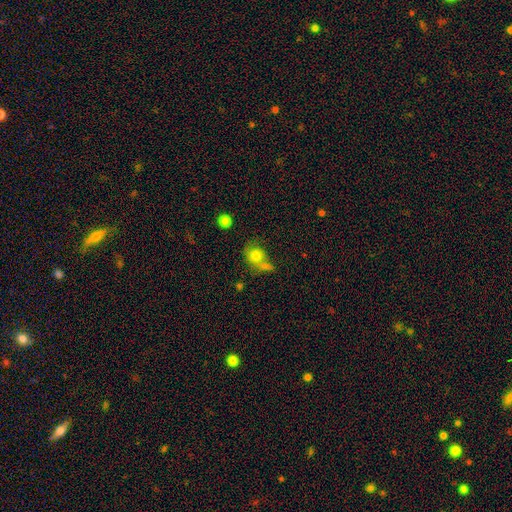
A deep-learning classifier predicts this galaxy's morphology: This is likely a smooth galaxy (77%). How rounded: likely round (66%). Merging: marginally none (38%).